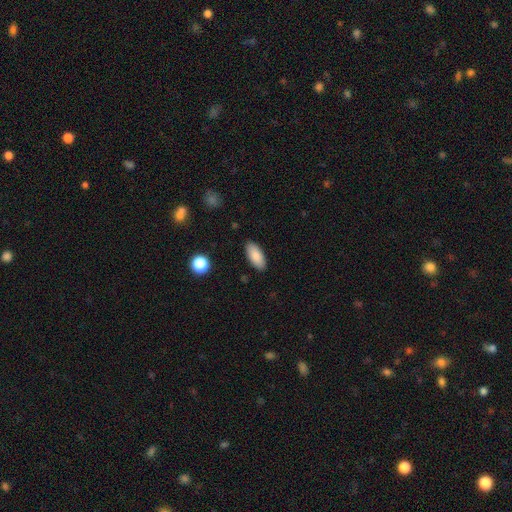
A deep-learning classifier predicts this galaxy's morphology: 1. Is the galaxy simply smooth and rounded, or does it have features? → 87% smooth, 7% star or artifact, 6% featured or disk.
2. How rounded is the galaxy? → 88% in between, 10% cigar-shaped, 2% round.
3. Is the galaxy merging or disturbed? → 88% none, 9% minor disturbance, 2% major disturbance, 1% merger.